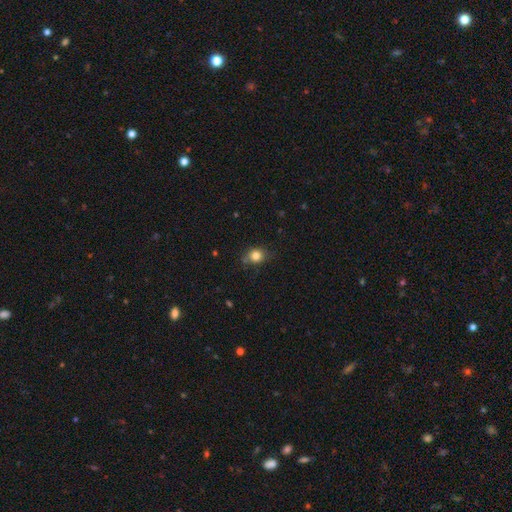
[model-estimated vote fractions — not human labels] Q: Smooth or featured?
A: smooth (82%); runner-up: star or artifact (12%)
Q: How rounded?
A: round (71%); runner-up: in between (28%)
Q: Merging?
A: none (74%); runner-up: minor disturbance (19%)